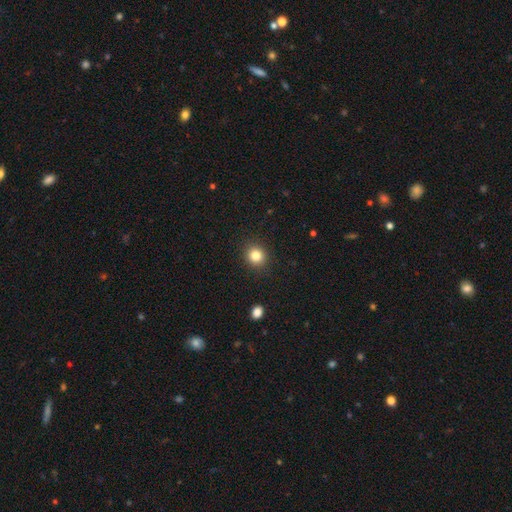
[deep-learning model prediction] Morphology: type=smooth (83%); roundness=round (83%); merging=none (91%).